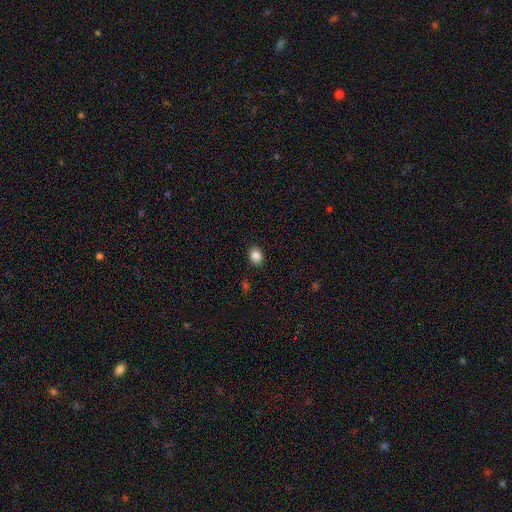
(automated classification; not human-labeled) A smooth galaxy with no disk features (85%) that is in between round and cigar-shaped (59%). Merging: none (88%).